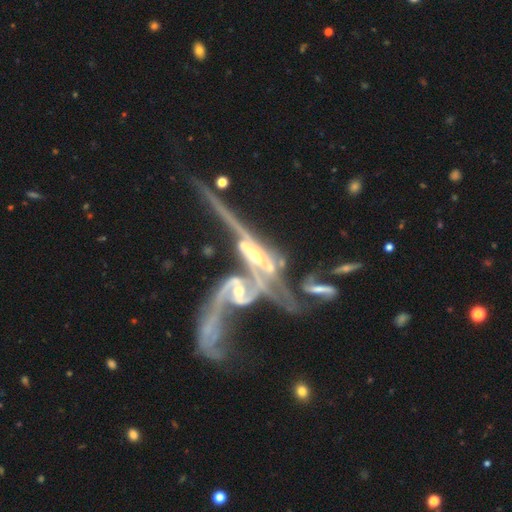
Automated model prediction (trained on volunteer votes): Overall: featured or disk (83%). Edge-on disk: no (58%; yes 42%). Merging: merger (67%).